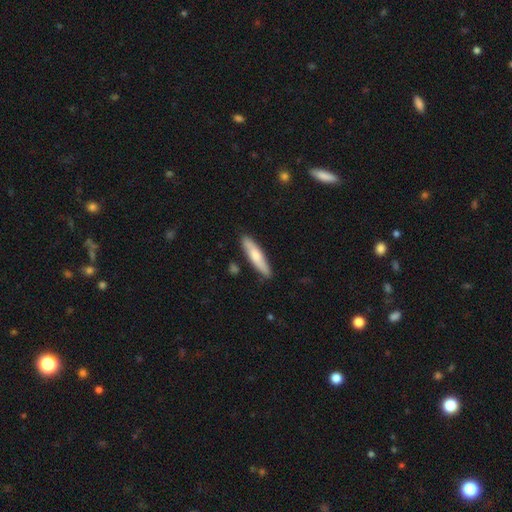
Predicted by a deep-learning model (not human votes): A smooth galaxy with no disk features (69%) that is cigar-shaped (81%).

Vote fractions:
- Smooth or featured? smooth: 69% / featured or disk: 26% / star or artifact: 5%
- How rounded? cigar-shaped: 81% / in between: 17% / round: 2%
- Merging? none: 86% / minor disturbance: 10% / merger: 2% / major disturbance: 2%